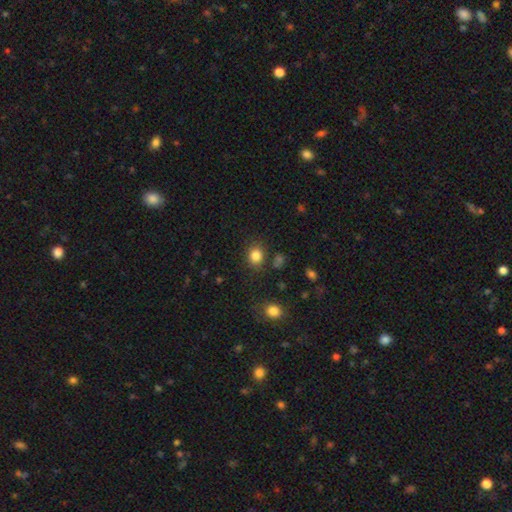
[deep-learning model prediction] Morphology: type=smooth (83%); roundness=round (67%); merging=none (82%).